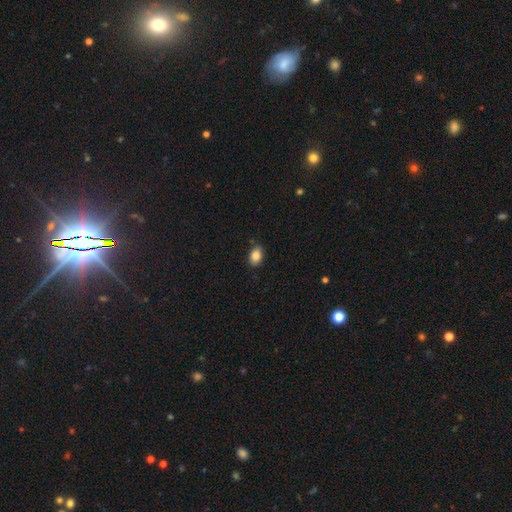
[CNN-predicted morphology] The model was most divided on "how rounded": in between: 85%, round: 13%, cigar-shaped: 1%. More confident: smooth or featured — smooth (85%); merging — none (85%).